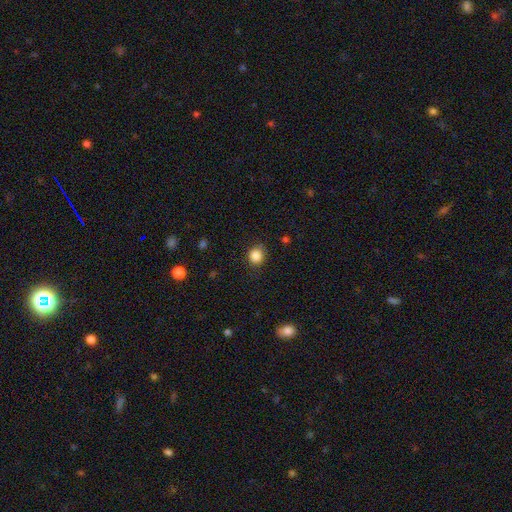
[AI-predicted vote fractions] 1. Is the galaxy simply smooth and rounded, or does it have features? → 85% smooth, 11% star or artifact, 4% featured or disk.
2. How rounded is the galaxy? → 80% round, 19% in between, 1% cigar-shaped.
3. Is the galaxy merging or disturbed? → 82% none, 13% minor disturbance, 3% major disturbance, 1% merger.